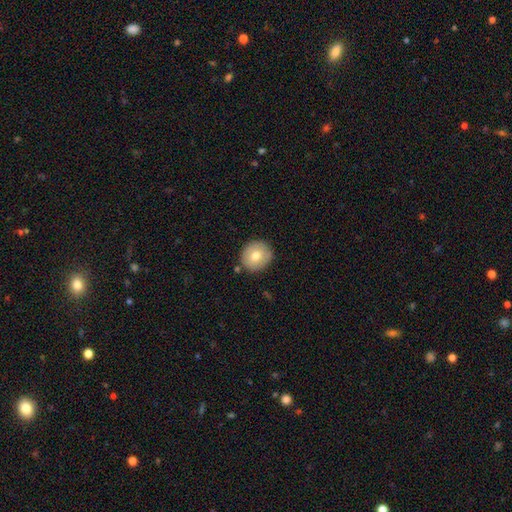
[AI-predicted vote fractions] Morphology: type=smooth (74%); roundness=round (87%); merging=none (83%).